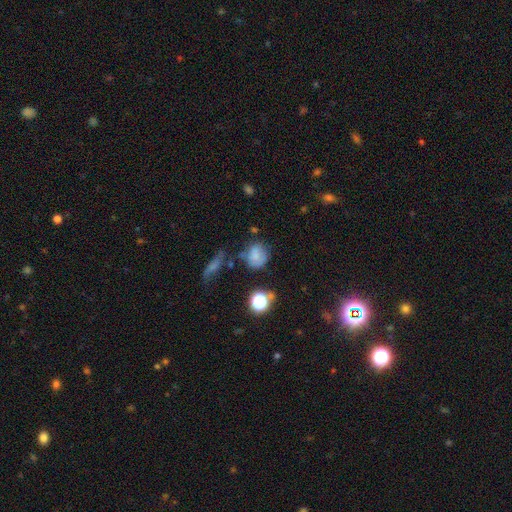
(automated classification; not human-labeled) smooth 71%, star or artifact 15%, featured or disk 14%. Down the decision tree: how rounded — round (68%); merging — none (53%).